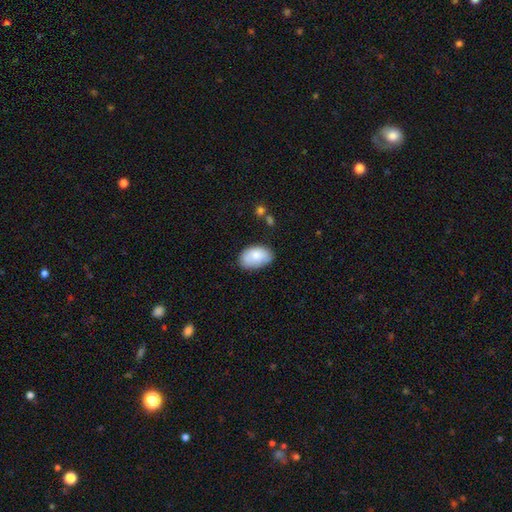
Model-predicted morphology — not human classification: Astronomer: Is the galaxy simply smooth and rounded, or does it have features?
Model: smooth — 82%.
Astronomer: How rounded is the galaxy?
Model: in between — 93%.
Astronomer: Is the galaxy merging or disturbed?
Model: none — 69%.